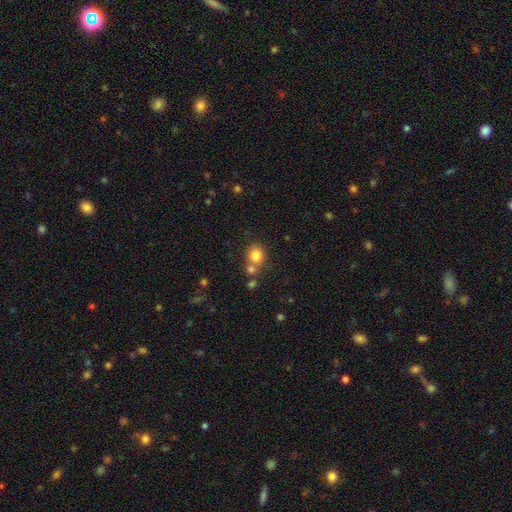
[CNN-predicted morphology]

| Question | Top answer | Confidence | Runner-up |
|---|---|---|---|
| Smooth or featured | smooth | 81% | star or artifact (11%) |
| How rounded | round | 81% | in between (18%) |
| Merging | none | 61% | merger (27%) |